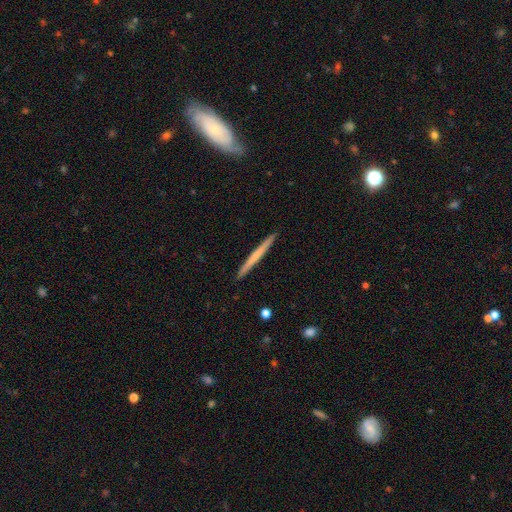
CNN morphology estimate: smooth-or-featured: featured or disk: 50% | smooth: 45% | star or artifact: 5%
  disk-edge-on: yes: 98% | no: 2%
  merging: none: 93% | minor disturbance: 5% | major disturbance: 1% | merger: 1%